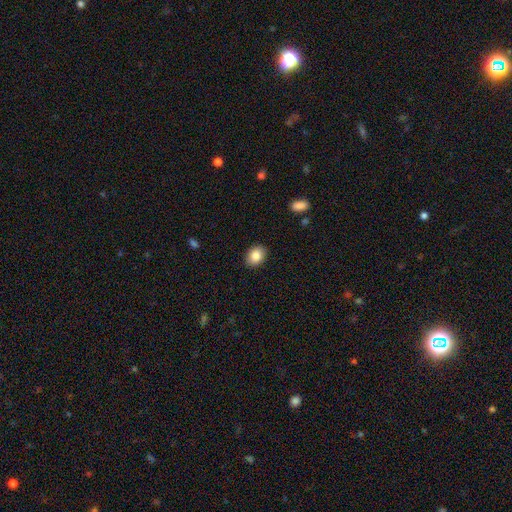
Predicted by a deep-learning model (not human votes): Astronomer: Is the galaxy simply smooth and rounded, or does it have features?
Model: smooth — 85%.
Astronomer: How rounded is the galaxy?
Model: in between — 62% (runner-up: round, 37%).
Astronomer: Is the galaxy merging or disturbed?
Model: none — 89%.